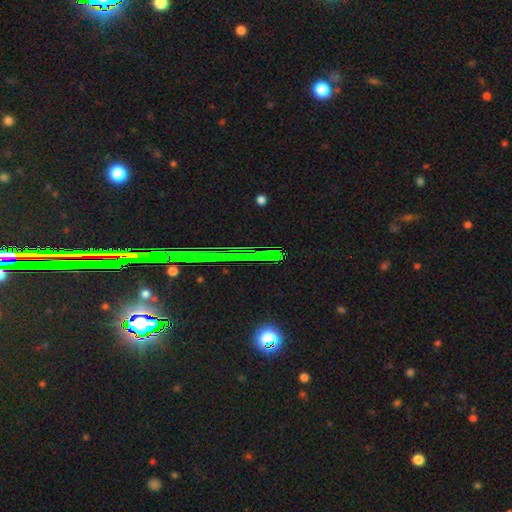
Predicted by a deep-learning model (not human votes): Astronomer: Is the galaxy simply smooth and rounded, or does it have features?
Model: star or artifact — 78%.